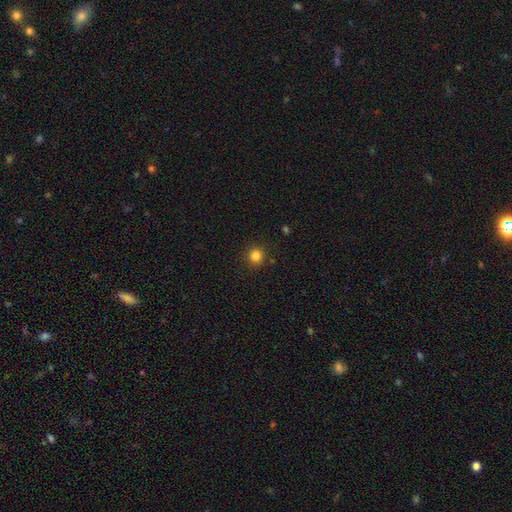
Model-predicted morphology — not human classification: This appears to be a smooth galaxy with no disk features (83%) that is round (93%). Merging: none (90%).